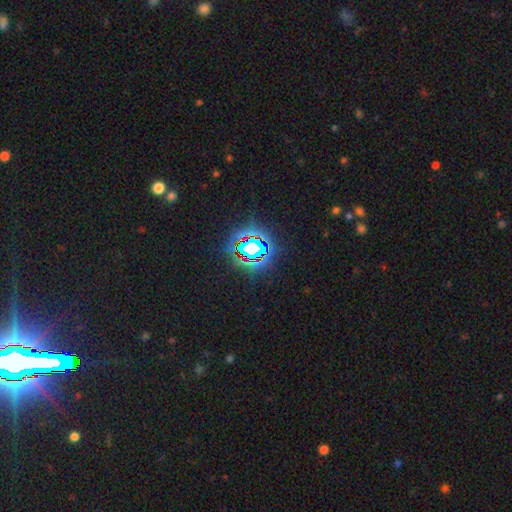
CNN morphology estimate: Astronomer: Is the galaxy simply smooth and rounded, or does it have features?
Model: star or artifact — 81%.